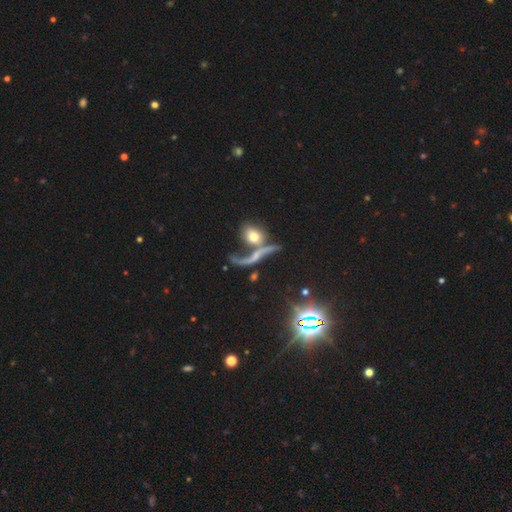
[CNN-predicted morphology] A featured or disk galaxy (56%). Merging: merger (38%).